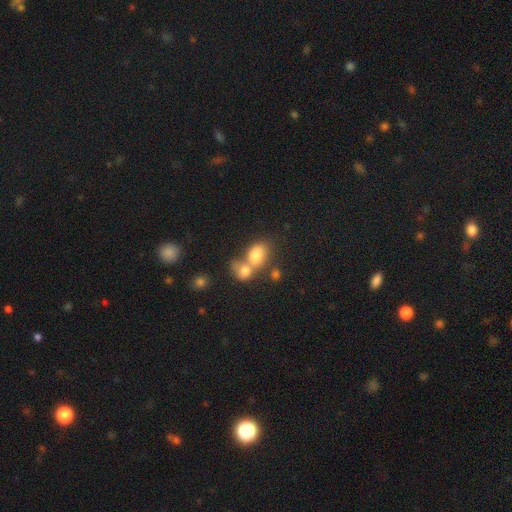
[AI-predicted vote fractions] smooth-or-featured: smooth: 79% | featured or disk: 12% | star or artifact: 10%
  how-rounded: in between: 72% | round: 27% | cigar-shaped: 1%
  merging: merger: 62% | none: 25% | minor disturbance: 8% | major disturbance: 5%